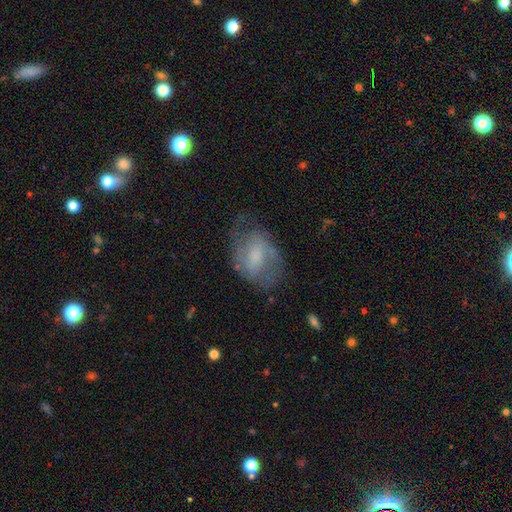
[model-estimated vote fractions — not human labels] A featured or disk galaxy (62%) with a weak bar (47%), spiral arms (81%) and a small central bulge (37%). Merging: none (59%).